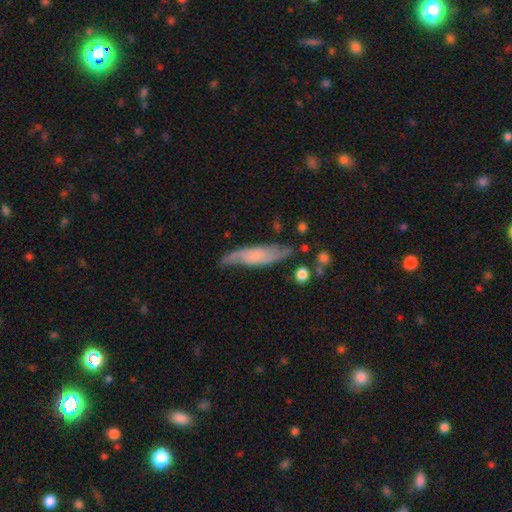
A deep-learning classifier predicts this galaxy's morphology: A featured or disk galaxy (57%). Merging: none (66%).